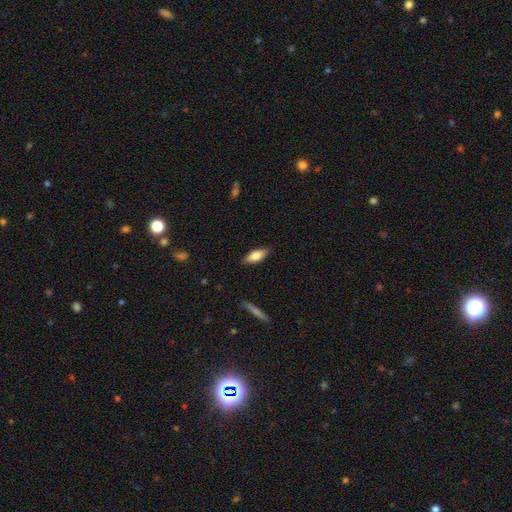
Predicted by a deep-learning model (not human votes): The model was most divided on "how rounded": in between: 73%, cigar-shaped: 25%, round: 2%. More confident: merging — none (86%); smooth or featured — smooth (73%).